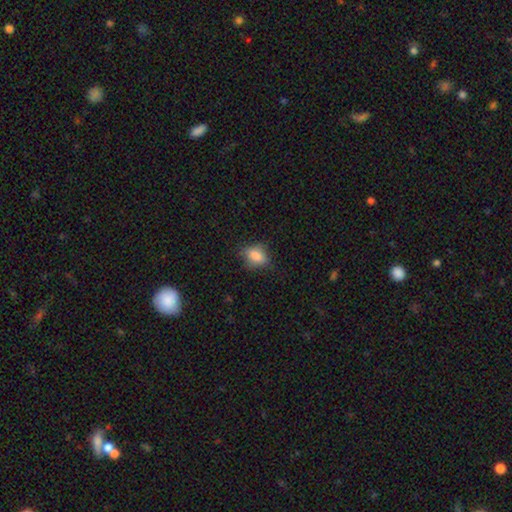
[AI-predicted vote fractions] Smooth or featured?
  - smooth: 81% *
  - star or artifact: 10%
  - featured or disk: 9%
How rounded?
  - in between: 72% *
  - round: 25%
  - cigar-shaped: 3%
Merging?
  - none: 68% *
  - minor disturbance: 24%
  - major disturbance: 7%
  - merger: 1%